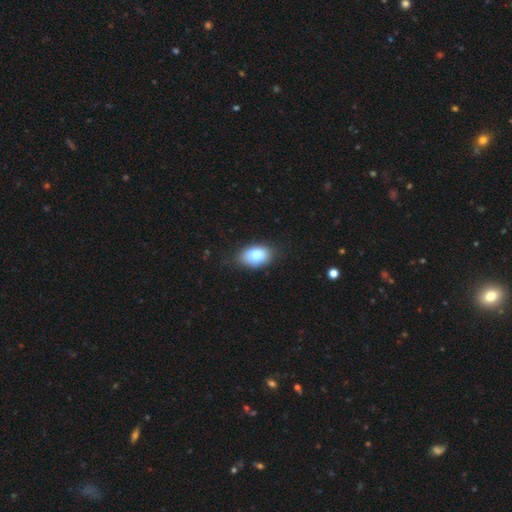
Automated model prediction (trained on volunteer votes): Smooth or featured? Predicted: smooth (p=0.80). How rounded? Predicted: in between (p=0.85). Merging? Predicted: none (p=0.83).